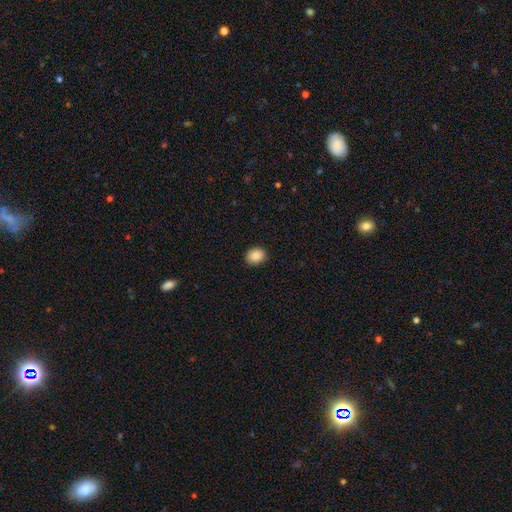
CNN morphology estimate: A smooth galaxy with no disk features (89%) that is in between round and cigar-shaped (54%).

Vote fractions:
- Smooth or featured? smooth: 89% / star or artifact: 8% / featured or disk: 3%
- How rounded? in between: 54% / round: 45% / cigar-shaped: 1%
- Merging? none: 89% / minor disturbance: 8% / major disturbance: 2% / merger: 1%